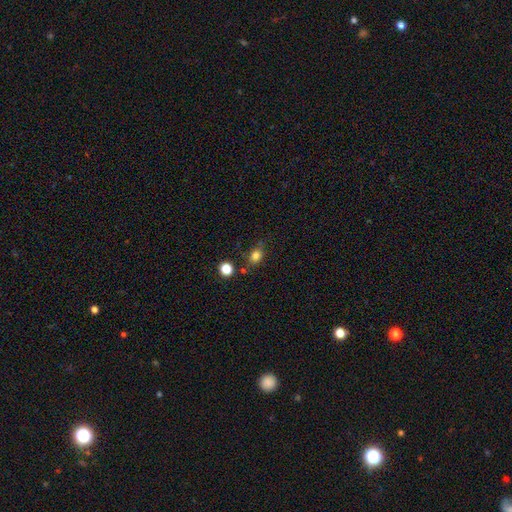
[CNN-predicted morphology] Smooth or featured? Predicted: smooth (p=0.81). How rounded? Predicted: in between (p=0.52). Merging? Predicted: none (p=0.73).